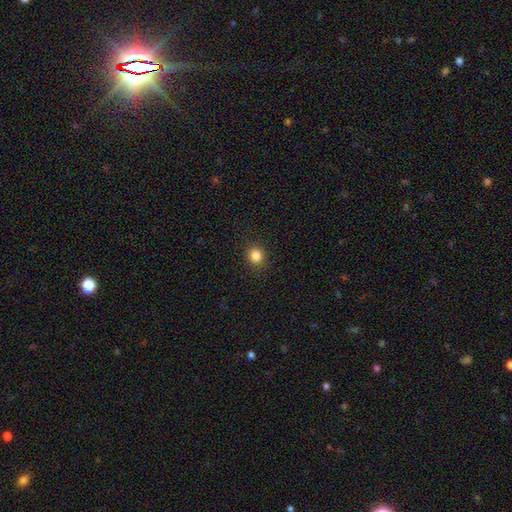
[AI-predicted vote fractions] A smooth galaxy with no disk features (85%) that is round (83%).

Vote fractions:
- Smooth or featured? smooth: 85% / star or artifact: 11% / featured or disk: 4%
- How rounded? round: 83% / in between: 16% / cigar-shaped: 1%
- Merging? none: 90% / minor disturbance: 6% / major disturbance: 2% / merger: 1%